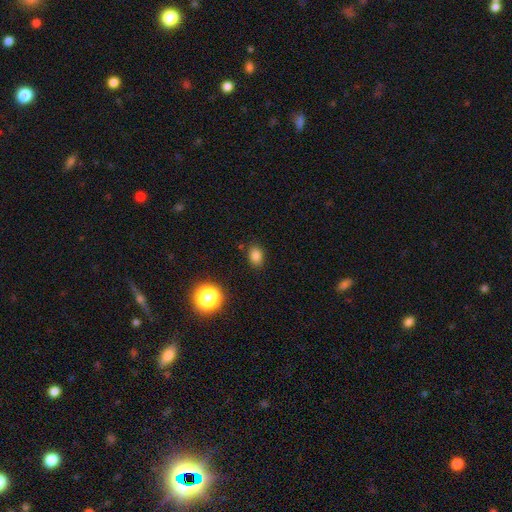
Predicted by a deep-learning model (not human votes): Morphology: type=smooth (80%); roundness=in between (68%); merging=none (85%).